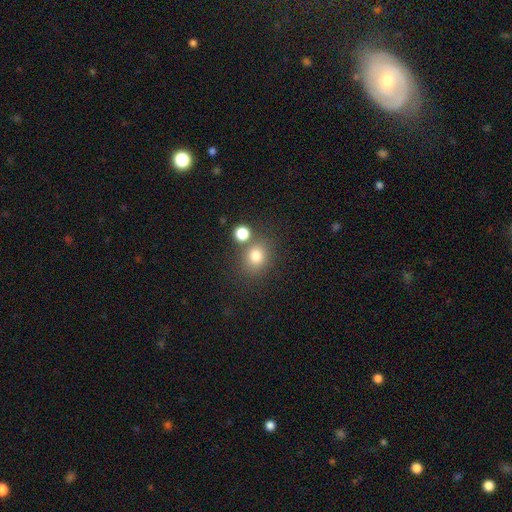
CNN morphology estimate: smooth_or_featured: smooth (p=0.79) [alt: star or artifact p=0.13]
how_rounded: round (p=0.71) [alt: in between p=0.28]
merging: none (p=0.68) [alt: merger p=0.17]